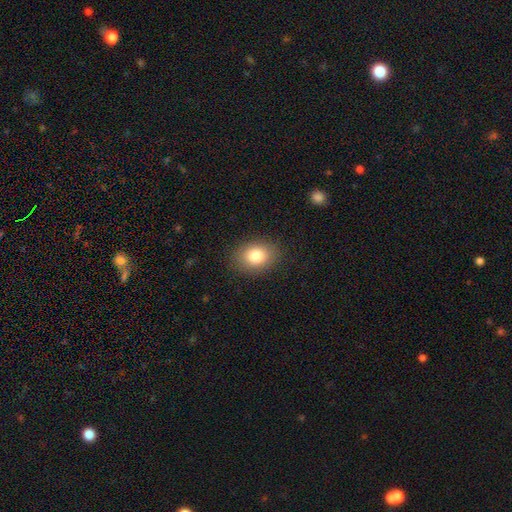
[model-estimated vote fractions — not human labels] smooth_or_featured: smooth (p=0.82) [alt: star or artifact p=0.10]
how_rounded: in between (p=0.58) [alt: round p=0.41]
merging: none (p=0.87) [alt: minor disturbance p=0.09]